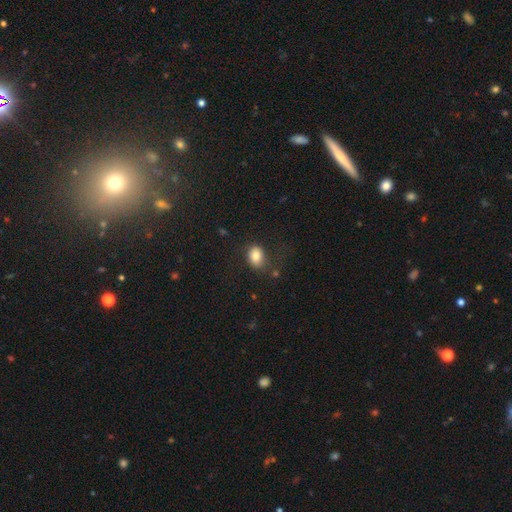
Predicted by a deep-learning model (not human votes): This is clearly a smooth galaxy (83%). How rounded: likely in between (69%). Merging: likely none (68%).